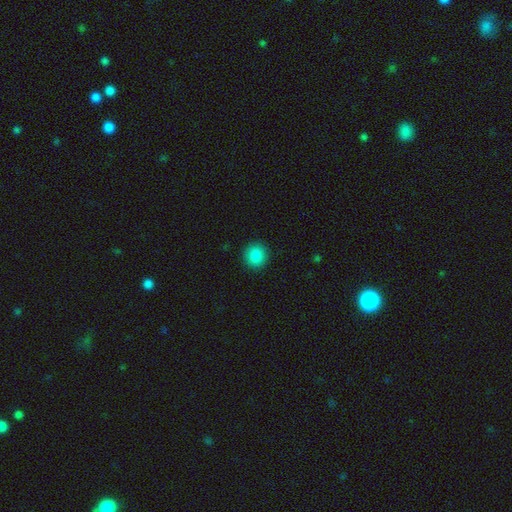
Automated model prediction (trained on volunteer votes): The model was most divided on "smooth or featured": smooth: 87%, star or artifact: 9%, featured or disk: 4%. More confident: merging — none (92%); how rounded — round (90%).